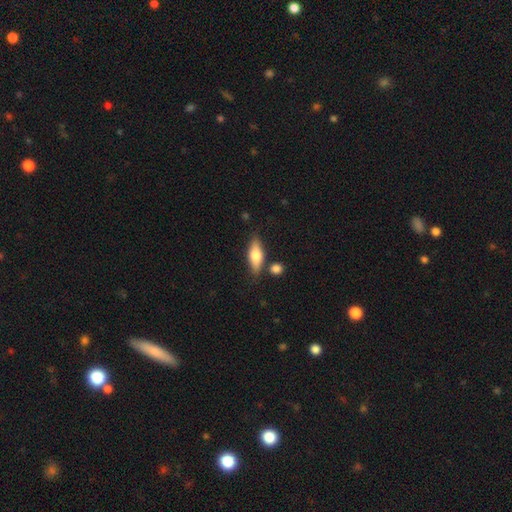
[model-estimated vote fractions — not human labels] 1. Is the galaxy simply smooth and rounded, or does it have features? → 63% smooth, 30% featured or disk, 6% star or artifact.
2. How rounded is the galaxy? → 64% in between, 33% cigar-shaped, 3% round.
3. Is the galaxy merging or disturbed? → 76% none, 13% minor disturbance, 8% merger, 3% major disturbance.